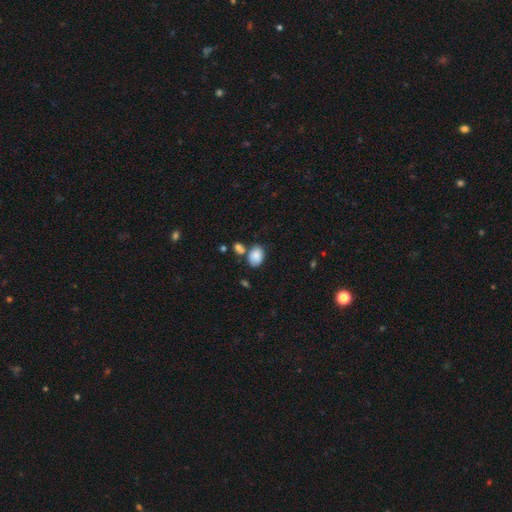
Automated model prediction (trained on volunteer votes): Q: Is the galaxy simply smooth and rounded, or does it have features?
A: smooth — 86%.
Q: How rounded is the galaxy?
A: in between — 74%.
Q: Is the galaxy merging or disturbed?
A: none — 58%.